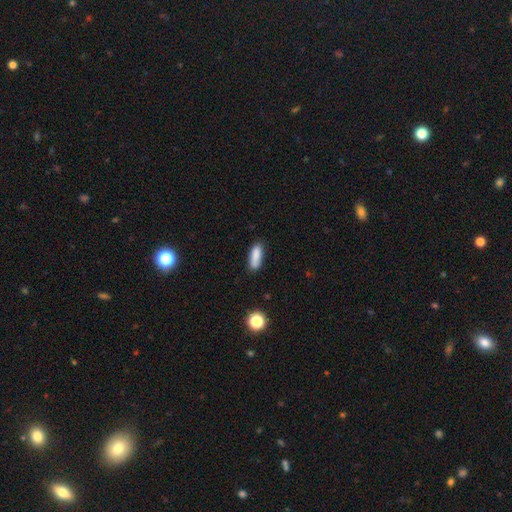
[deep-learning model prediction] Morphology: type=smooth (86%); roundness=in between (58%); merging=none (77%).